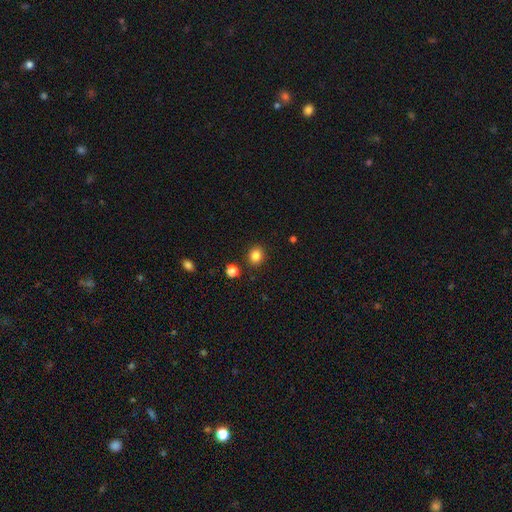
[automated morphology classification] Smooth or featured? smooth (85%)
How rounded? round (73%)
Merging? none (87%)